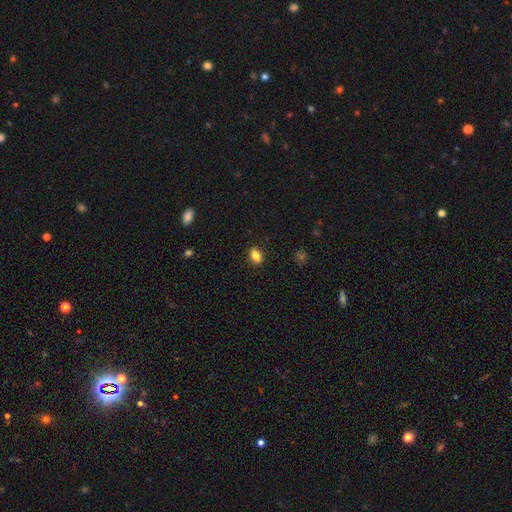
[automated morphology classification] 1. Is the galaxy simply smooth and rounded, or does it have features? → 83% smooth, 10% star or artifact, 7% featured or disk.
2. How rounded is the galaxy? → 82% in between, 15% round, 3% cigar-shaped.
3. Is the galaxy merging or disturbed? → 89% none, 8% minor disturbance, 2% major disturbance, 1% merger.